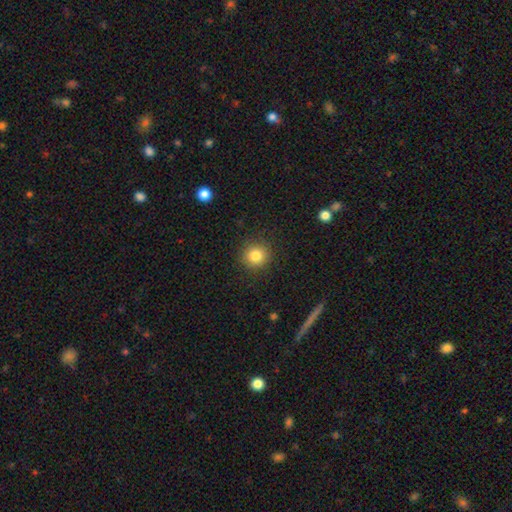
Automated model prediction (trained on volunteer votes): Morphology: type=smooth (83%); roundness=round (92%); merging=none (90%).